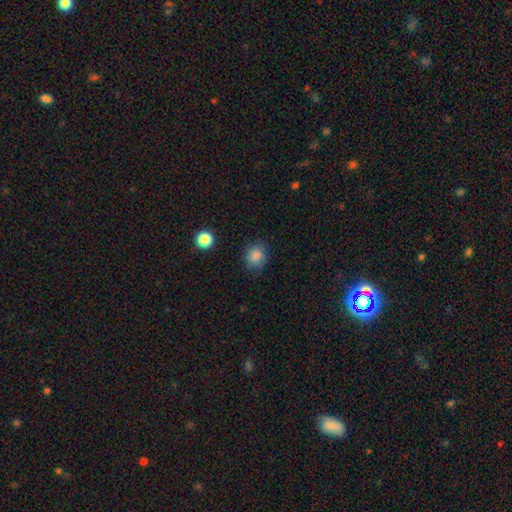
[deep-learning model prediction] Smooth or featured? Predicted: smooth (p=0.86). How rounded? Predicted: round (p=0.80). Merging? Predicted: none (p=0.84).